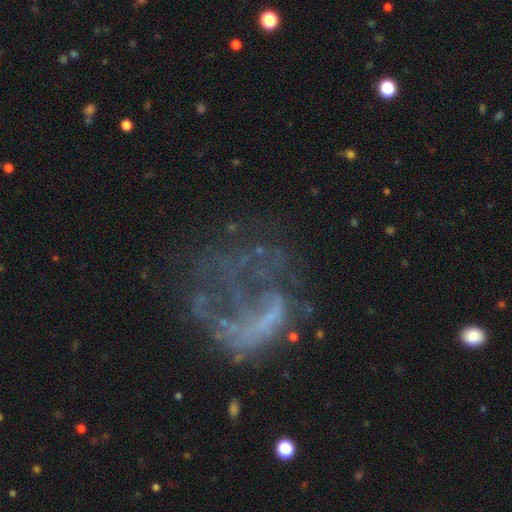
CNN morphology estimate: smooth_or_featured: featured or disk (p=0.59) [alt: star or artifact p=0.23]
disk_edge_on: no (p=0.97) [alt: yes p=0.03]
bar: no (p=0.81) [alt: weak p=0.13]
has_spiral_arms: no (p=0.77) [alt: yes p=0.23]
bulge_size: none (p=0.80) [alt: small p=0.11]
merging: major disturbance (p=0.46) [alt: none p=0.34]